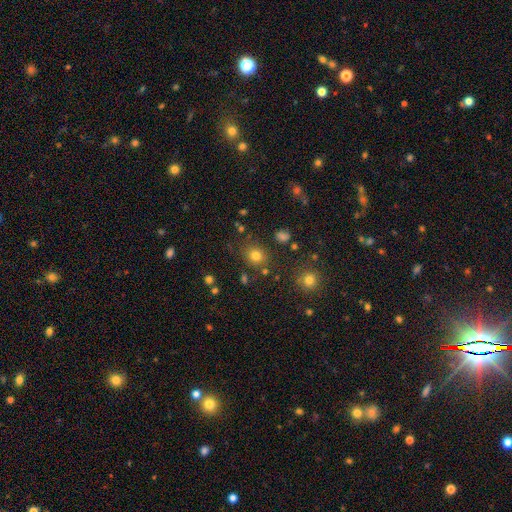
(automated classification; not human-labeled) smooth_or_featured: smooth (p=0.77) [alt: star or artifact p=0.16]
how_rounded: round (p=0.75) [alt: in between p=0.24]
merging: none (p=0.79) [alt: minor disturbance p=0.12]